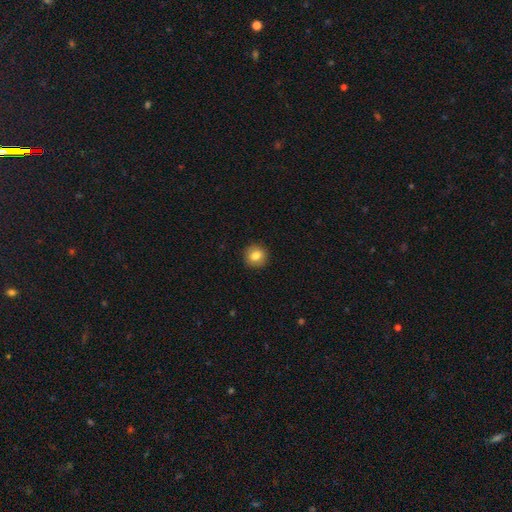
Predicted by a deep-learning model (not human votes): Overall: smooth (82%). How rounded: round (90%). Merging: none (91%).